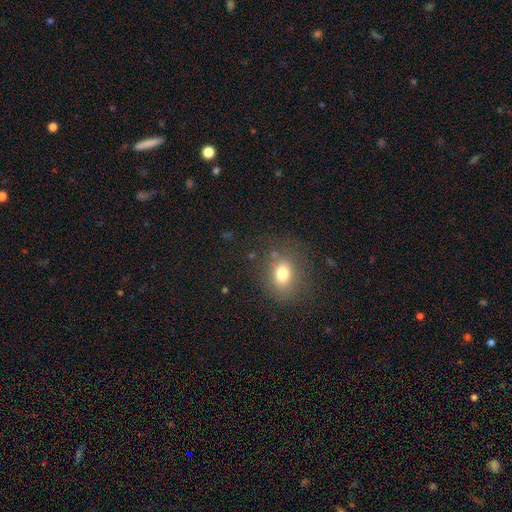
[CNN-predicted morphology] A smooth galaxy with no disk features (67%) that is round (60%).

Vote fractions:
- Smooth or featured? smooth: 67% / star or artifact: 22% / featured or disk: 11%
- How rounded? round: 60% / in between: 38% / cigar-shaped: 2%
- Merging? none: 87% / minor disturbance: 9% / major disturbance: 3% / merger: 1%